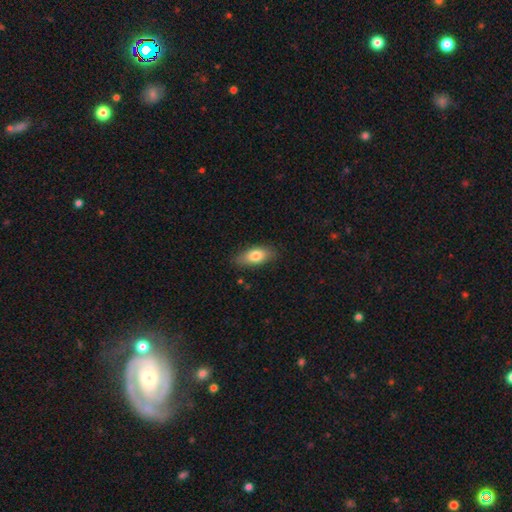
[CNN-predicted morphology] This appears to be a smooth galaxy with no disk features (78%) that is in between round and cigar-shaped (83%). Merging: none (83%).